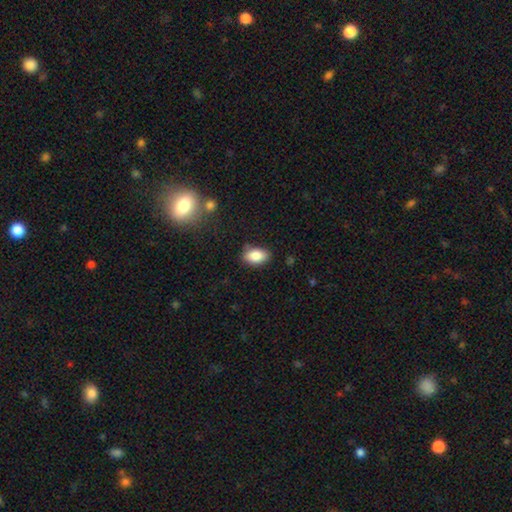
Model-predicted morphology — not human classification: This is clearly a smooth galaxy (85%). How rounded: clearly in between (90%). Merging: likely none (80%).